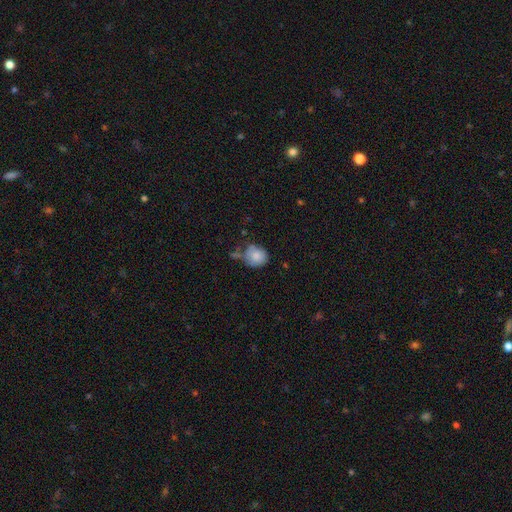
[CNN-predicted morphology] smooth_or_featured: smooth (p=0.82) [alt: featured or disk p=0.10]
how_rounded: round (p=0.71) [alt: in between p=0.28]
merging: none (p=0.48) [alt: minor disturbance p=0.29]